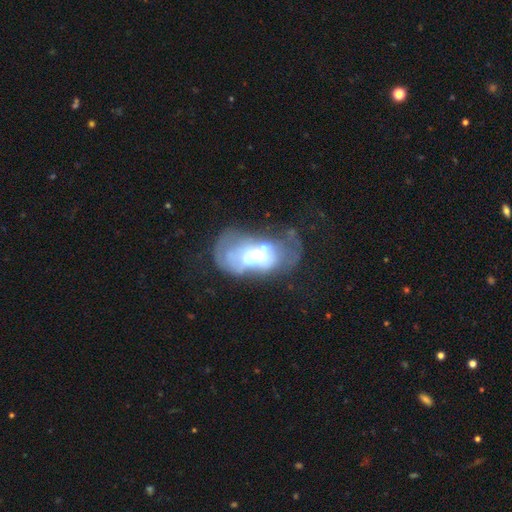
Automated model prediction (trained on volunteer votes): smooth_or_featured: featured or disk (p=0.56) [alt: smooth p=0.34]
disk_edge_on: no (p=0.94) [alt: yes p=0.06]
bar: no (p=0.72) [alt: weak p=0.20]
has_spiral_arms: no (p=0.73) [alt: yes p=0.27]
bulge_size: moderate (p=0.52) [alt: small p=0.23]
merging: major disturbance (p=0.38) [alt: merger p=0.24]